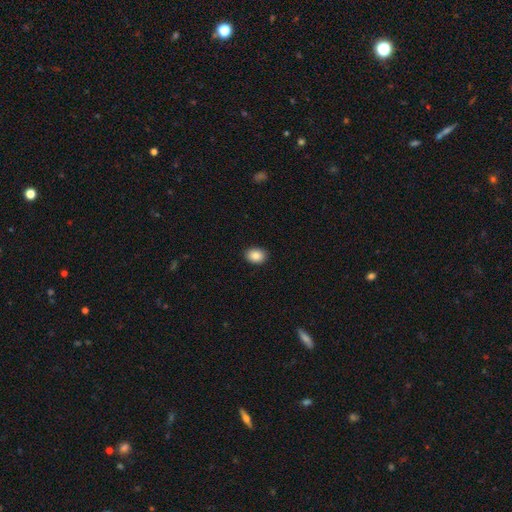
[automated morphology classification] smooth-or-featured: smooth: 86% | star or artifact: 8% | featured or disk: 5%
  how-rounded: in between: 66% | round: 33% | cigar-shaped: 1%
  merging: none: 91% | minor disturbance: 6% | major disturbance: 2% | merger: 1%